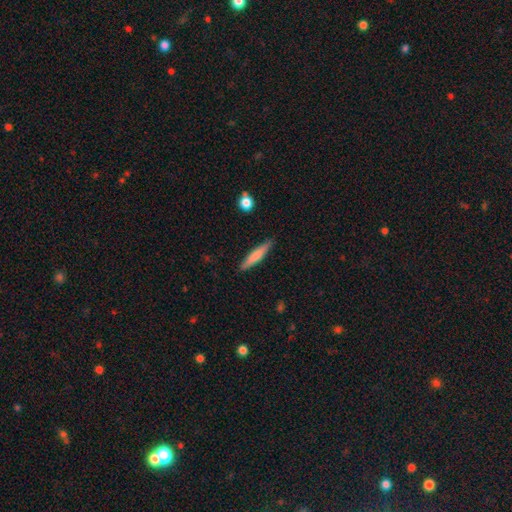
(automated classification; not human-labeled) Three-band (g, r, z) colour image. It shows a smooth galaxy with no disk features (70%) that is cigar-shaped (89%). Merging: none (87%).